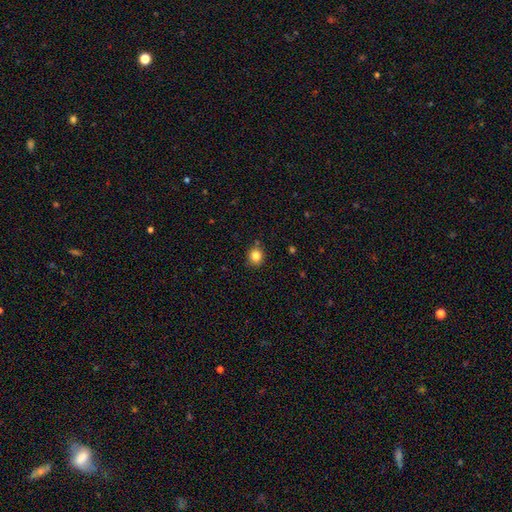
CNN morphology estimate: smooth 84%, star or artifact 11%, featured or disk 5%. Down the decision tree: how rounded — round (87%); merging — none (86%).